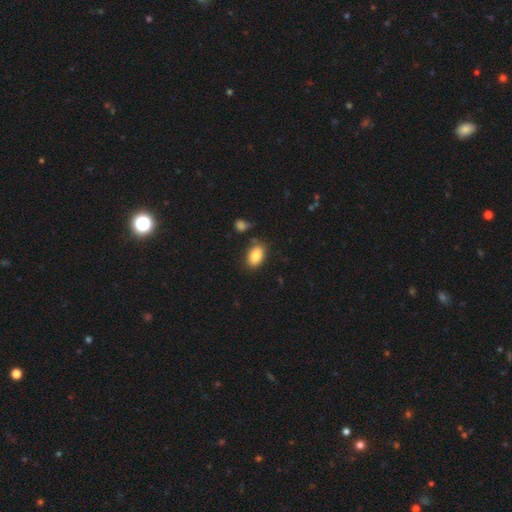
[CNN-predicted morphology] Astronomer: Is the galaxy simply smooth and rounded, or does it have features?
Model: smooth — 87%.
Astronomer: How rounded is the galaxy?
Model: in between — 91%.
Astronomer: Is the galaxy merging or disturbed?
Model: none — 77%.